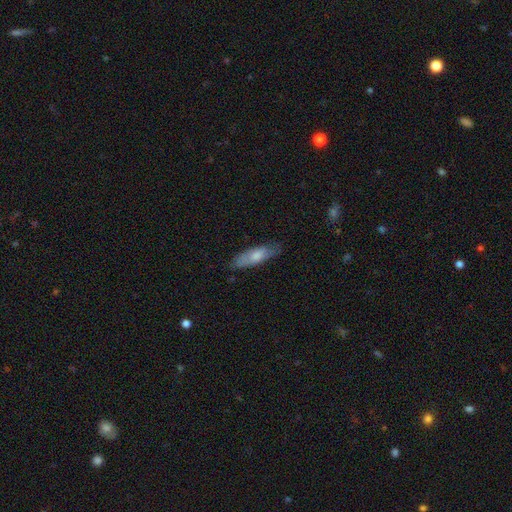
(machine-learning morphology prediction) Smooth or featured: smooth — 66% (featured or disk — 28%)
How rounded: cigar-shaped — 49% (tied with in between — 49%)
Merging: none — 75% (minor disturbance — 20%)